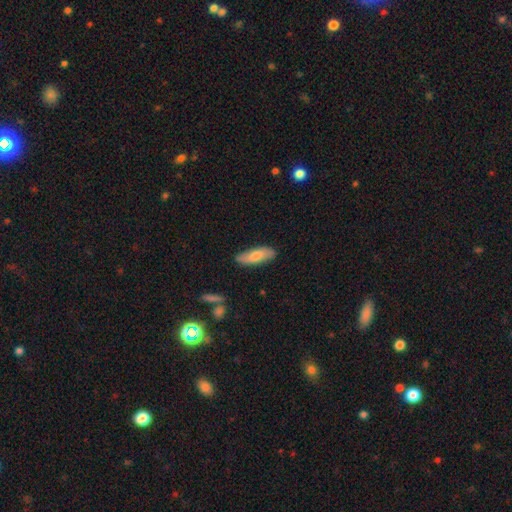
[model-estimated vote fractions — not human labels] A smooth galaxy with no disk features (73%) that is in between round and cigar-shaped (56%). Merging: none (84%).